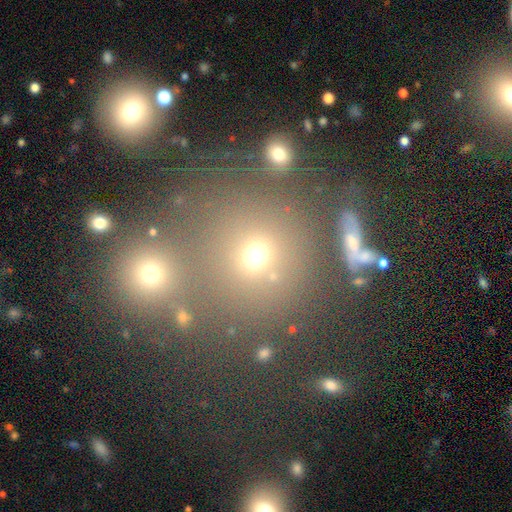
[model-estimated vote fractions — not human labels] Smooth or featured?
  - smooth: 61% *
  - star or artifact: 27%
  - featured or disk: 12%
How rounded?
  - round: 87% *
  - in between: 11%
  - cigar-shaped: 2%
Merging?
  - none: 67% *
  - merger: 18%
  - minor disturbance: 10%
  - major disturbance: 5%